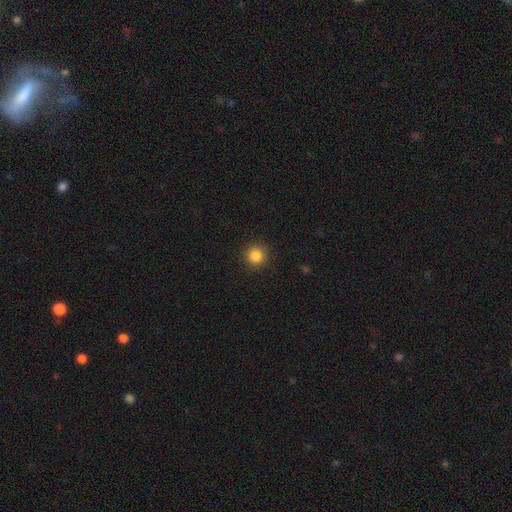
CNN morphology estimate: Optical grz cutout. It shows a smooth galaxy with no disk features (85%) that is round (95%). Merging: none (91%).